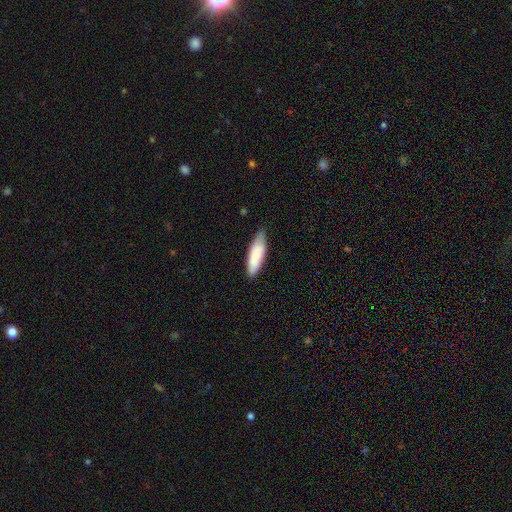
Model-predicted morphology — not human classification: Overall: smooth (82%). How rounded: in between (52%; cigar-shaped 47%). Merging: none (70%).